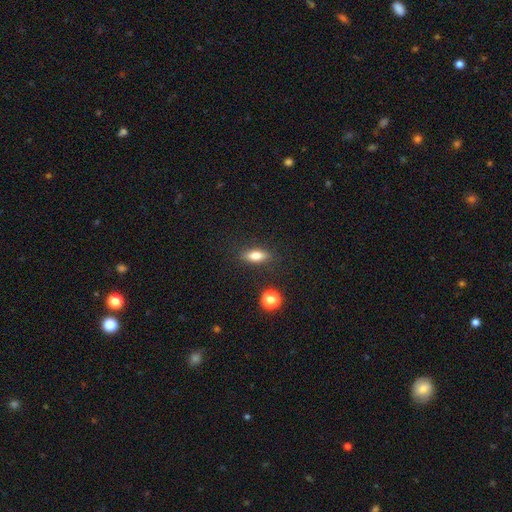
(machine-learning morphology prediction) smooth-or-featured: smooth: 76% | featured or disk: 15% | star or artifact: 9%
  how-rounded: in between: 70% | cigar-shaped: 24% | round: 6%
  merging: none: 85% | minor disturbance: 10% | major disturbance: 3% | merger: 2%